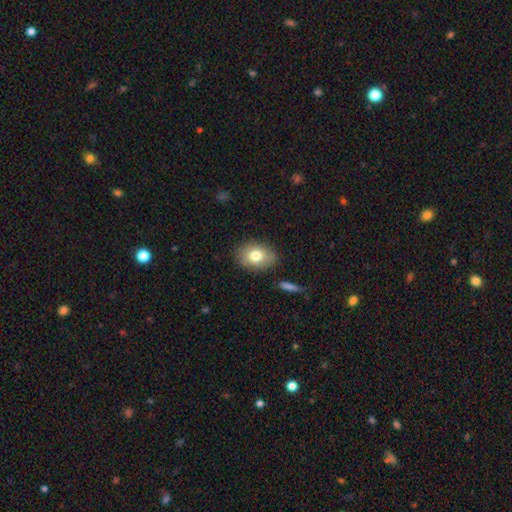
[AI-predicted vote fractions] This is likely a smooth galaxy (77%). How rounded: likely in between (76%). Merging: clearly none (83%).